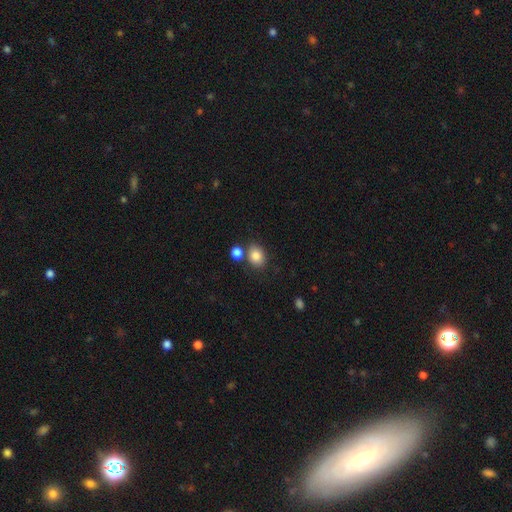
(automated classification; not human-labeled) Smooth or featured: smooth — 84% (star or artifact — 10%)
How rounded: in between — 53% (round — 46%)
Merging: none — 68% (merger — 17%)